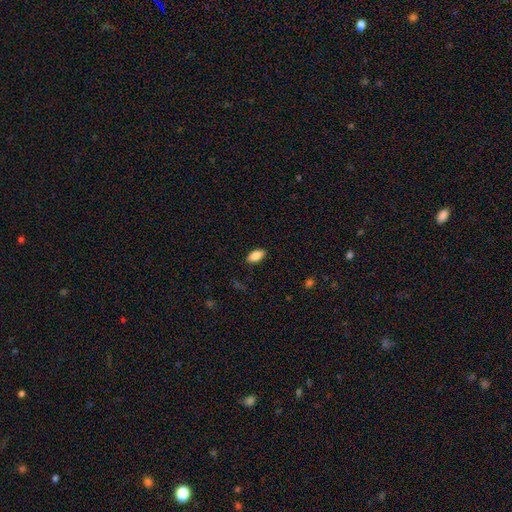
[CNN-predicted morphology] Q: Smooth or featured?
A: smooth (86%); runner-up: star or artifact (7%)
Q: How rounded?
A: in between (91%); runner-up: cigar-shaped (6%)
Q: Merging?
A: none (88%); runner-up: minor disturbance (9%)